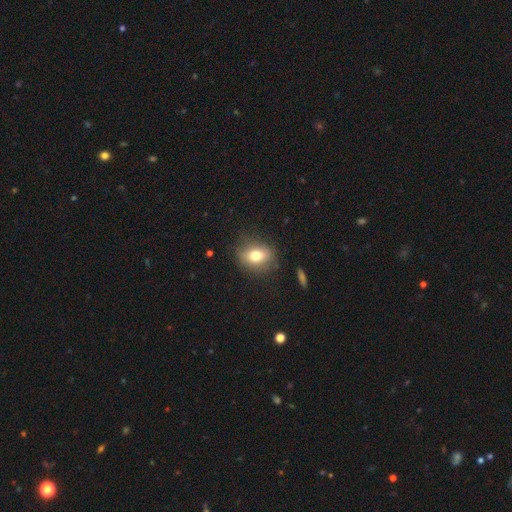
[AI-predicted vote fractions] Smooth or featured?
  - smooth: 73% *
  - featured or disk: 17%
  - star or artifact: 10%
How rounded?
  - in between: 55% *
  - round: 43%
  - cigar-shaped: 2%
Merging?
  - none: 78% *
  - minor disturbance: 16%
  - major disturbance: 5%
  - merger: 2%